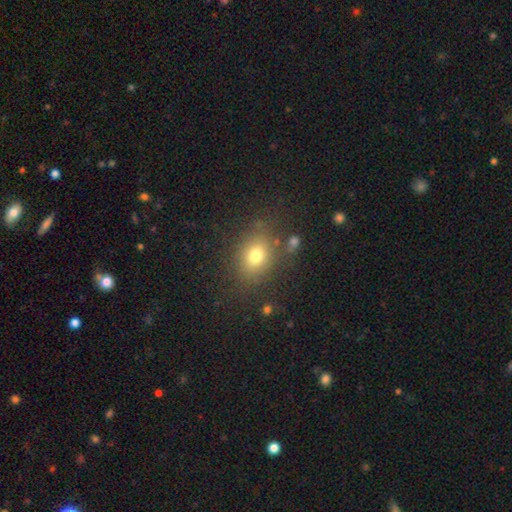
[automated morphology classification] smooth-or-featured: smooth: 75% | star or artifact: 14% | featured or disk: 11%
  how-rounded: in between: 55% | round: 44% | cigar-shaped: 1%
  merging: none: 78% | minor disturbance: 13% | major disturbance: 6% | merger: 4%